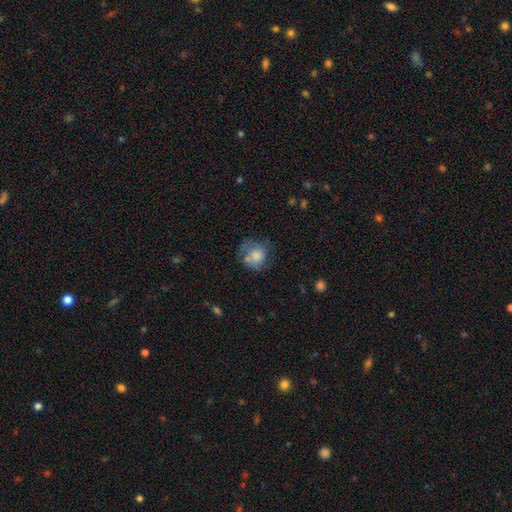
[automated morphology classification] The model was most divided on "merging": none: 47%, minor disturbance: 27%, major disturbance: 18%, merger: 9%. More confident: how rounded — round (77%); smooth or featured — smooth (70%).